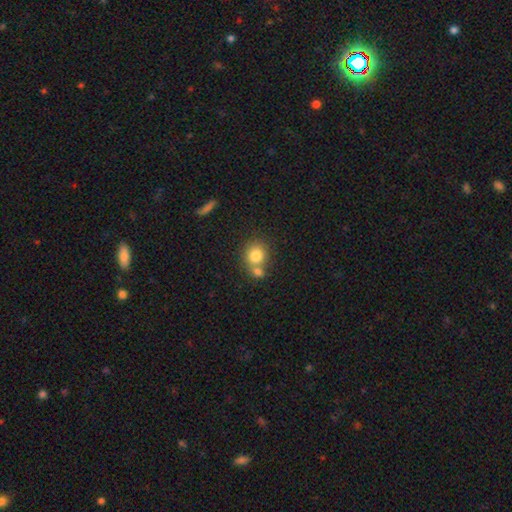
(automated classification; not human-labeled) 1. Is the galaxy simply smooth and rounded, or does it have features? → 80% smooth, 10% featured or disk, 10% star or artifact.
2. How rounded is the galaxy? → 81% round, 18% in between, 1% cigar-shaped.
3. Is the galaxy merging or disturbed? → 45% none, 43% merger, 9% minor disturbance, 3% major disturbance.